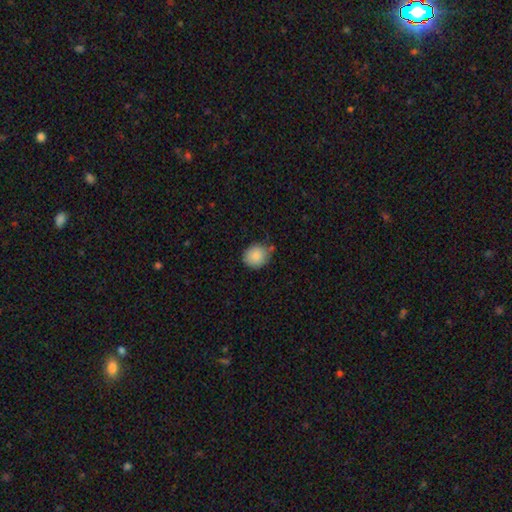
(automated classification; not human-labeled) This is clearly a smooth galaxy (87%). How rounded: likely round (80%). Merging: likely none (70%).